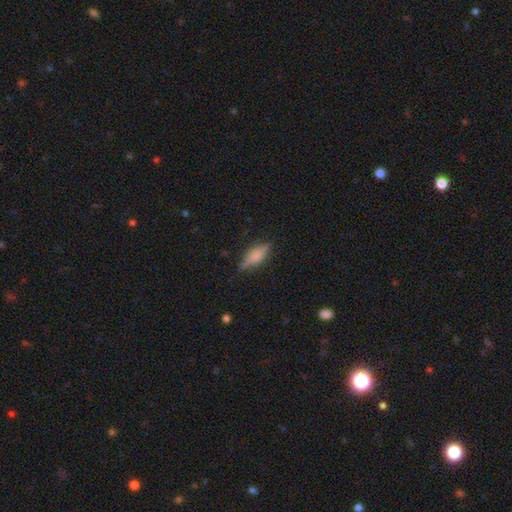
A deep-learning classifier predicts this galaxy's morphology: This appears to be a smooth galaxy with no disk features (48%). Merging: none (78%).